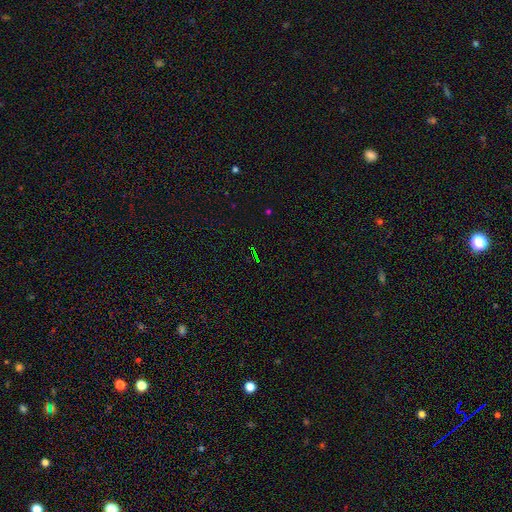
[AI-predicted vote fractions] Smooth or featured? Predicted: star or artifact (p=0.75).